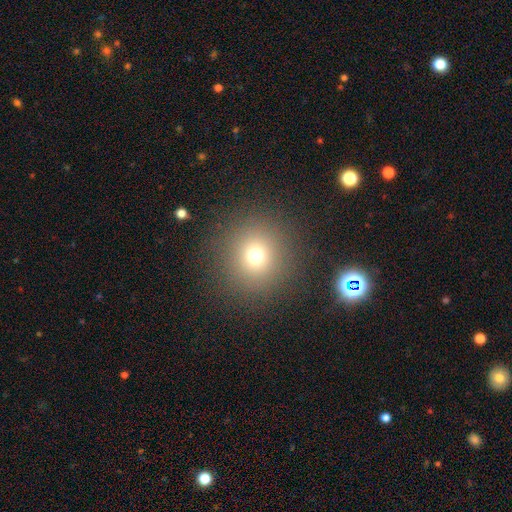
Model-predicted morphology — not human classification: type=smooth (72%); roundness=round (93%); merging=none (89%).